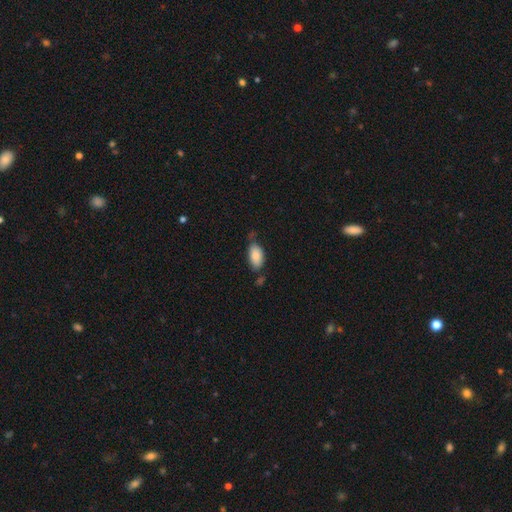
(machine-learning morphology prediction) type=smooth (83%); roundness=in between (94%); merging=none (58%).